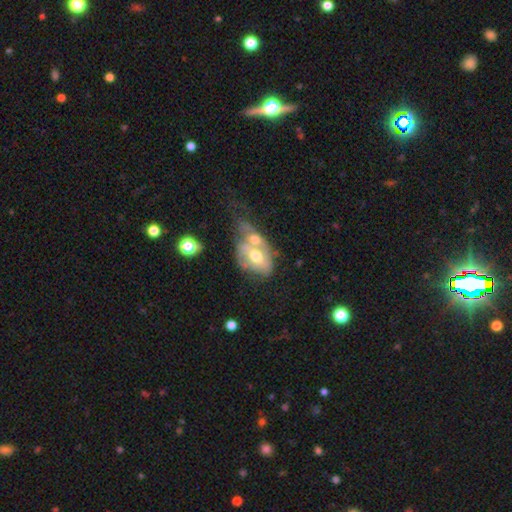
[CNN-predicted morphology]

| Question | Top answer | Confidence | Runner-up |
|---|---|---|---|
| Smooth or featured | featured or disk | 52% | smooth (40%) |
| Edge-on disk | no | 92% | yes (8%) |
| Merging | merger | 61% | none (14%) |